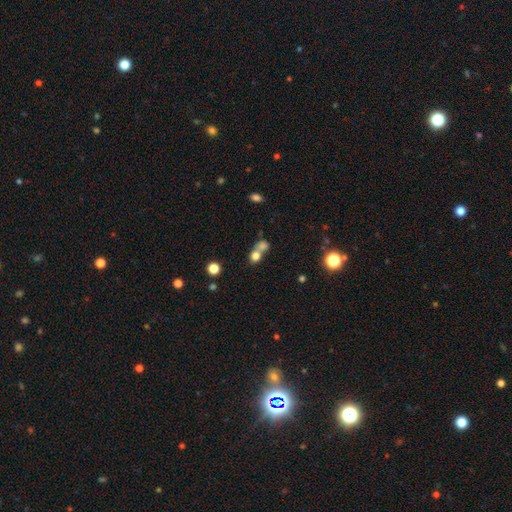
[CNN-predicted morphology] smooth-or-featured: smooth: 74% | star or artifact: 14% | featured or disk: 12%
  how-rounded: round: 68% | in between: 30% | cigar-shaped: 2%
  merging: merger: 59% | none: 31% | minor disturbance: 6% | major disturbance: 4%